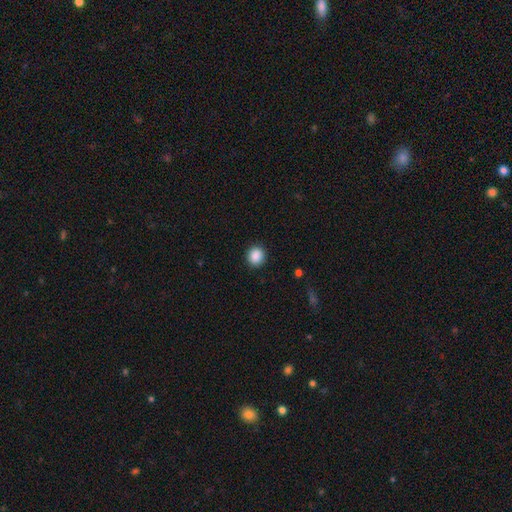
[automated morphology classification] This is clearly a smooth galaxy (89%). How rounded: clearly round (85%). Merging: clearly none (90%).